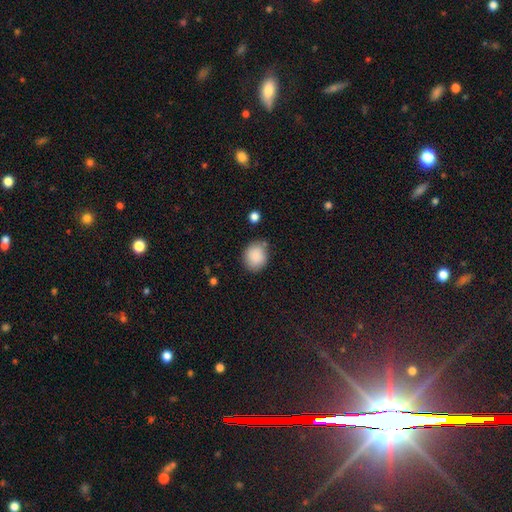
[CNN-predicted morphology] This appears to be a smooth galaxy with no disk features (88%) that is round (67%). Merging: none (77%).